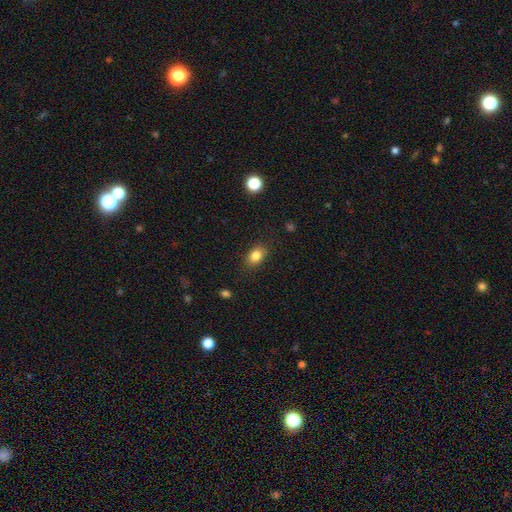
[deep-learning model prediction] Morphology: type=smooth (84%); roundness=in between (75%); merging=none (86%).